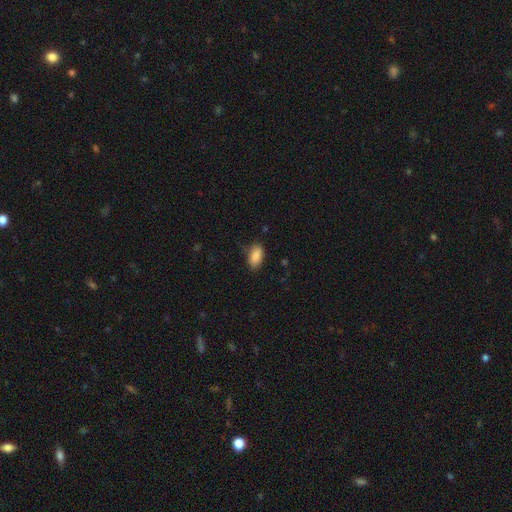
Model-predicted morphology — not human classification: Smooth or featured? Predicted: smooth (p=0.88). How rounded? Predicted: in between (p=0.93). Merging? Predicted: none (p=0.81).